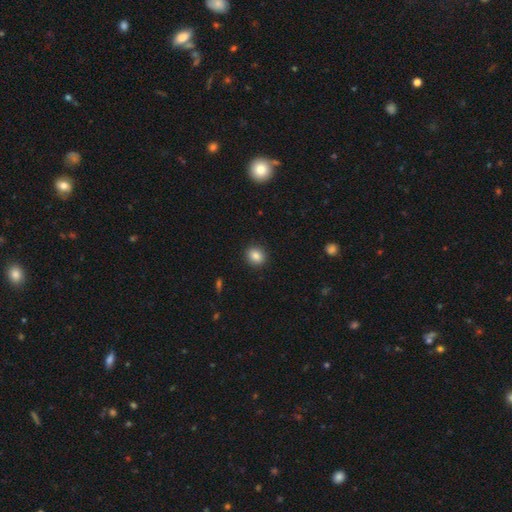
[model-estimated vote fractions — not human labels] Smooth or featured?
  - smooth: 85% *
  - star or artifact: 9%
  - featured or disk: 6%
How rounded?
  - round: 65% *
  - in between: 34%
  - cigar-shaped: 1%
Merging?
  - none: 90% *
  - minor disturbance: 7%
  - major disturbance: 2%
  - merger: 1%